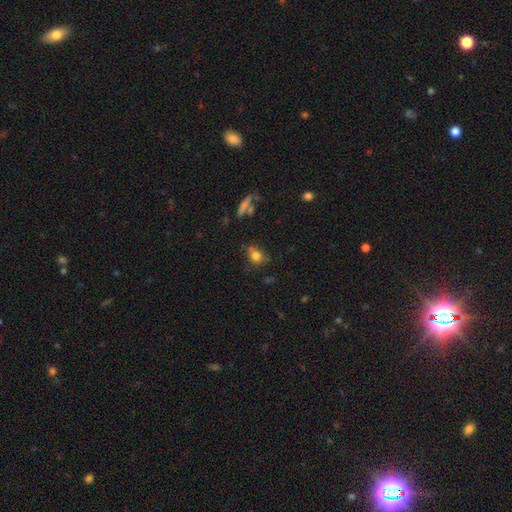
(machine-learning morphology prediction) Q: Smooth or featured?
A: smooth (78%); runner-up: star or artifact (11%)
Q: How rounded?
A: in between (51%); runner-up: round (46%)
Q: Merging?
A: none (58%); runner-up: minor disturbance (24%)